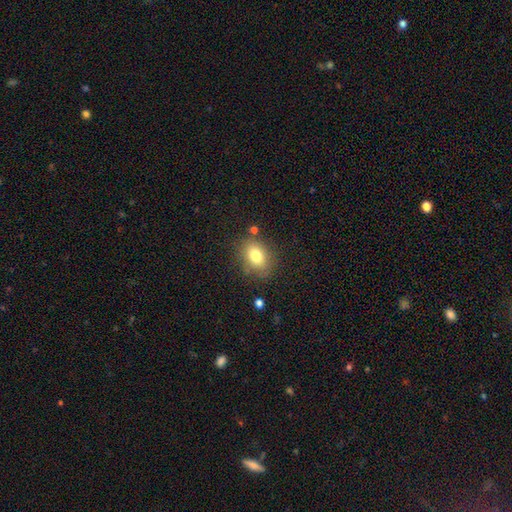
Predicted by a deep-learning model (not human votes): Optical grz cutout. It shows a smooth galaxy with no disk features (79%) that is in between round and cigar-shaped (72%). Merging: none (76%).